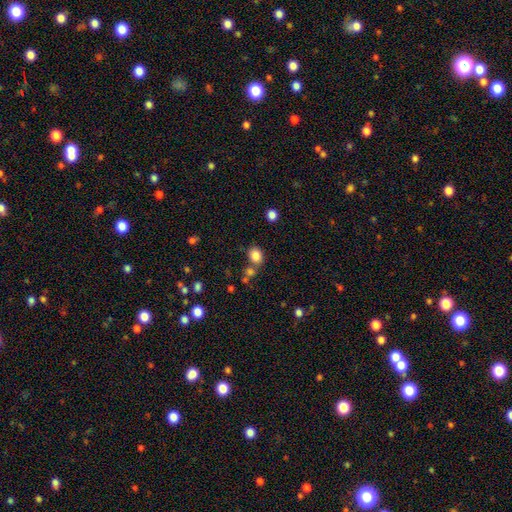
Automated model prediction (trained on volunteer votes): Morphology: type=smooth (83%); roundness=round (57%); merging=none (67%).